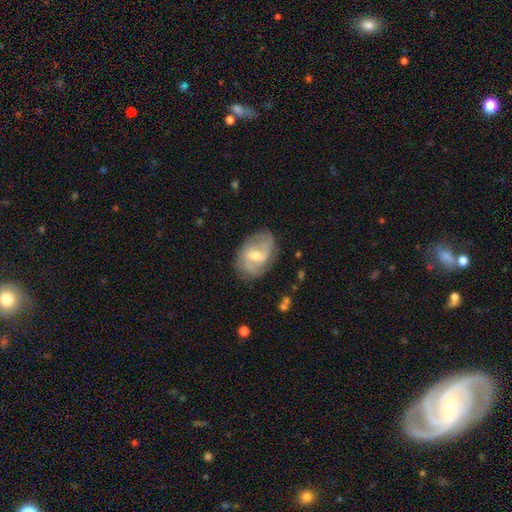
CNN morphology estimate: Smooth or featured?
  - featured or disk: 76% *
  - smooth: 18%
  - star or artifact: 6%
Edge-on disk?
  - no: 96% *
  - yes: 4%
Bar?
  - weak: 54% *
  - no: 29%
  - strong: 17%
Spiral arms?
  - yes: 89% *
  - no: 11%
Spiral winding?
  - medium: 44% *
  - tight: 29%
  - loose: 27%
Spiral arm count?
  - 2: 56% *
  - can't tell: 21%
  - 3: 13%
  - 1: 4%
  - 4: 3%
  - more than 4: 3%
Bulge size?
  - moderate: 59% *
  - small: 36%
  - large: 2%
  - none: 1%
  - dominant: 1%
Merging?
  - none: 73% *
  - minor disturbance: 20%
  - major disturbance: 6%
  - merger: 1%